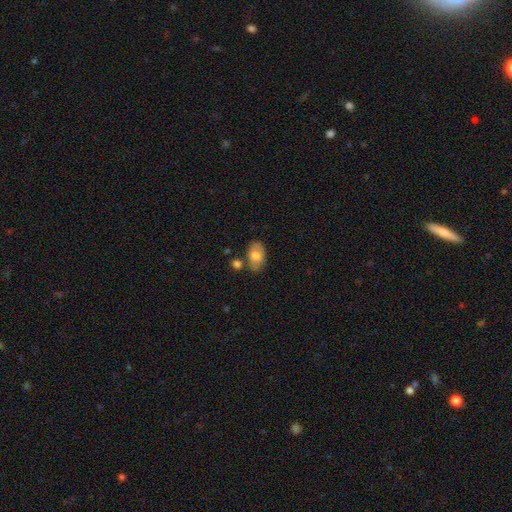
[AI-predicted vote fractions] Q: Smooth or featured?
A: smooth (74%); runner-up: featured or disk (19%)
Q: How rounded?
A: in between (91%); runner-up: round (7%)
Q: Merging?
A: none (70%); runner-up: minor disturbance (16%)